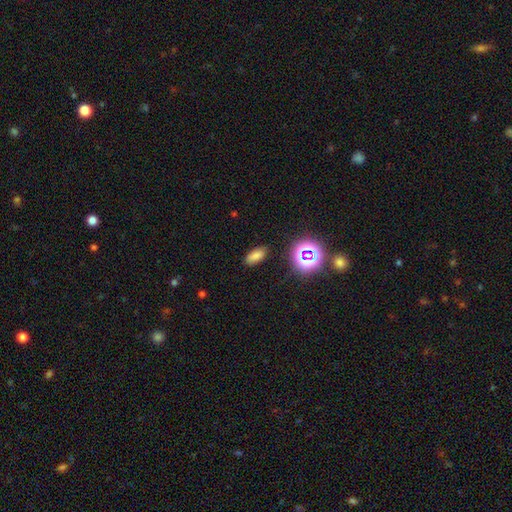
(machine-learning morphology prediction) Smooth or featured?
  - smooth: 74% *
  - star or artifact: 18%
  - featured or disk: 7%
How rounded?
  - in between: 83% *
  - cigar-shaped: 10%
  - round: 7%
Merging?
  - none: 85% *
  - minor disturbance: 10%
  - major disturbance: 3%
  - merger: 2%